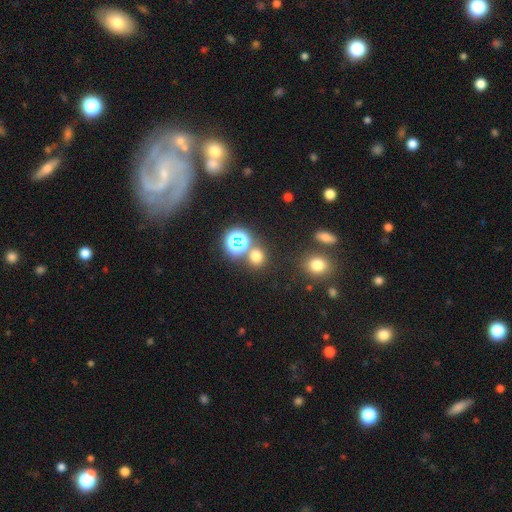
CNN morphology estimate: type=smooth (64%); roundness=round (86%); merging=none (76%).